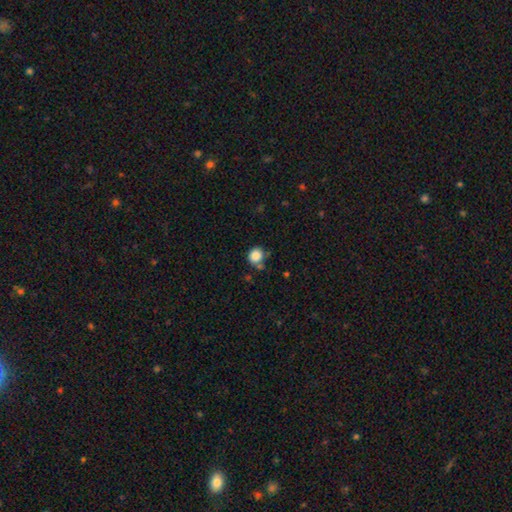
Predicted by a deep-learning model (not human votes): Overall: smooth (86%). How rounded: round (84%). Merging: none (66%).